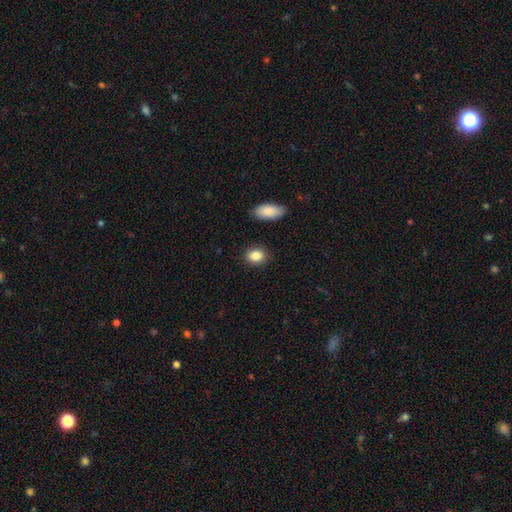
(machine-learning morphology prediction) Smooth or featured?
  - smooth: 86% *
  - star or artifact: 8%
  - featured or disk: 6%
How rounded?
  - in between: 59% *
  - round: 40%
  - cigar-shaped: 2%
Merging?
  - none: 88% *
  - minor disturbance: 8%
  - merger: 2%
  - major disturbance: 2%